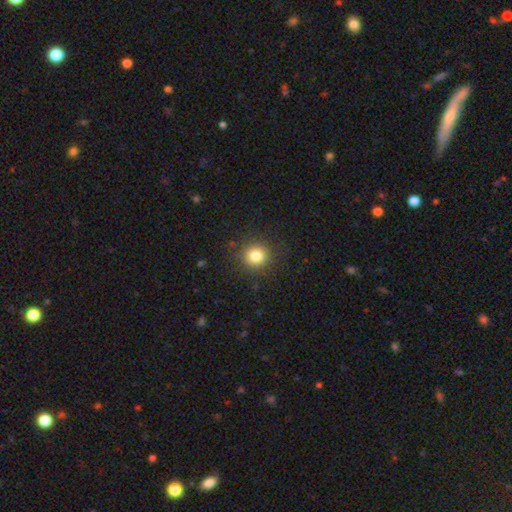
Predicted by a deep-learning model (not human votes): A smooth galaxy with no disk features (82%) that is round (91%).

Vote fractions:
- Smooth or featured? smooth: 82% / star or artifact: 12% / featured or disk: 6%
- How rounded? round: 91% / in between: 8% / cigar-shaped: 1%
- Merging? none: 89% / minor disturbance: 7% / major disturbance: 3% / merger: 1%